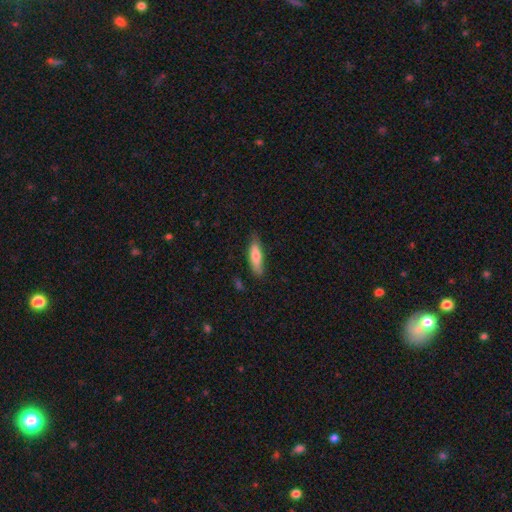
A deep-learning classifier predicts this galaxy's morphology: Smooth or featured? smooth (76%)
How rounded? cigar-shaped (61%)
Merging? none (78%)